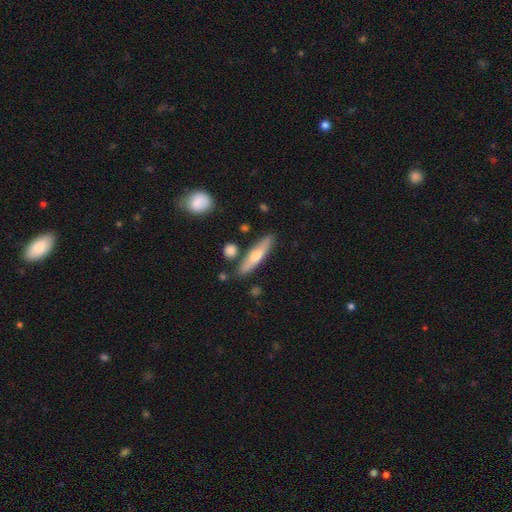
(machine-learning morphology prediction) Q: Smooth or featured?
A: smooth (52%); runner-up: featured or disk (43%)
Q: How rounded?
A: cigar-shaped (79%); runner-up: in between (19%)
Q: Merging?
A: none (81%); runner-up: minor disturbance (11%)